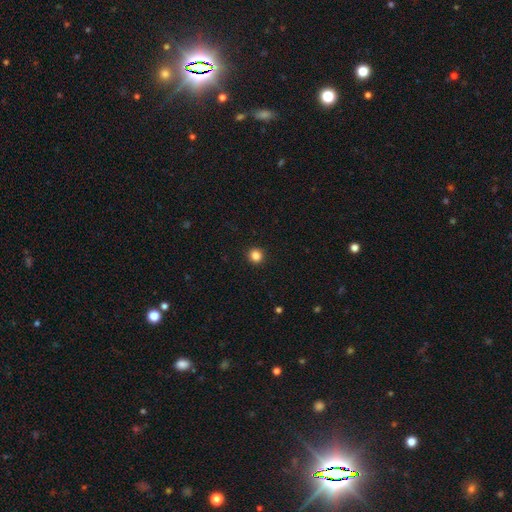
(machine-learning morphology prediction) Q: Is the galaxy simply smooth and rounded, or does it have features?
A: smooth — 85%.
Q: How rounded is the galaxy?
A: round — 92%.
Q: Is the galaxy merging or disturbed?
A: none — 93%.